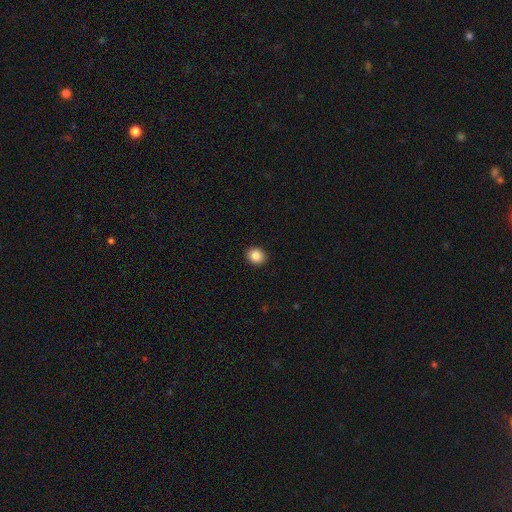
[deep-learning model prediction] Smooth or featured?
  - smooth: 86% *
  - star or artifact: 9%
  - featured or disk: 4%
How rounded?
  - round: 73% *
  - in between: 26%
  - cigar-shaped: 1%
Merging?
  - none: 92% *
  - minor disturbance: 5%
  - major disturbance: 2%
  - merger: 1%